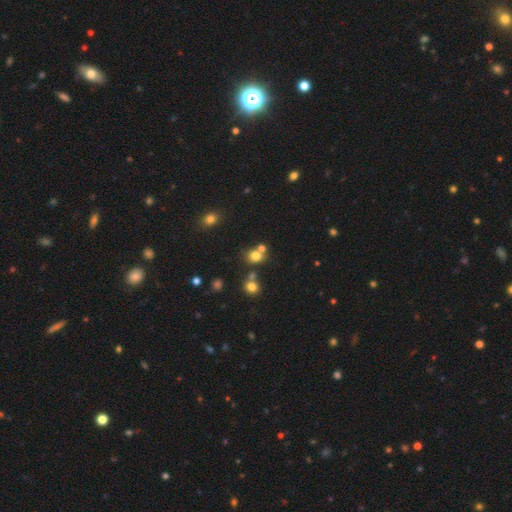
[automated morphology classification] Smooth or featured? Predicted: smooth (p=0.73). How rounded? Predicted: round (p=0.72). Merging? Predicted: none (p=0.54).